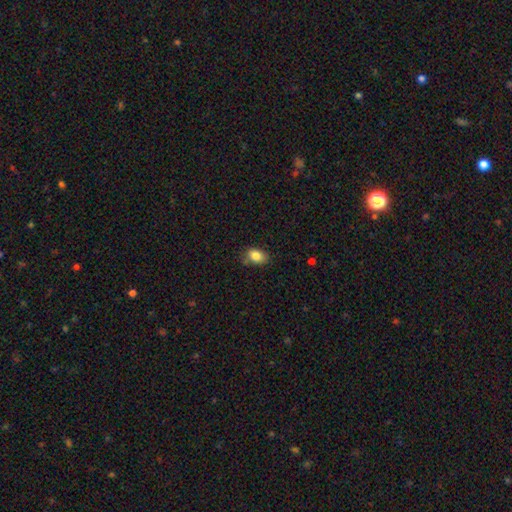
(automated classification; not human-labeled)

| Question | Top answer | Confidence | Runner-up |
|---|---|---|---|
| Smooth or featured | smooth | 85% | star or artifact (9%) |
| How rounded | in between | 82% | round (17%) |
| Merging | none | 74% | minor disturbance (19%) |